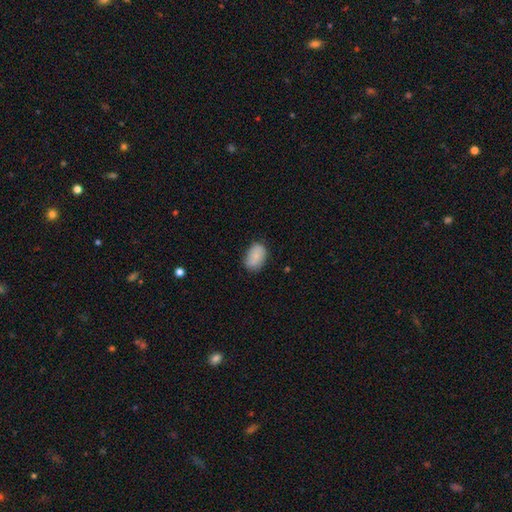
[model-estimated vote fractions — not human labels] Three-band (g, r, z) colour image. It shows a smooth galaxy with no disk features (79%) that is in between round and cigar-shaped (85%). Merging: none (71%).